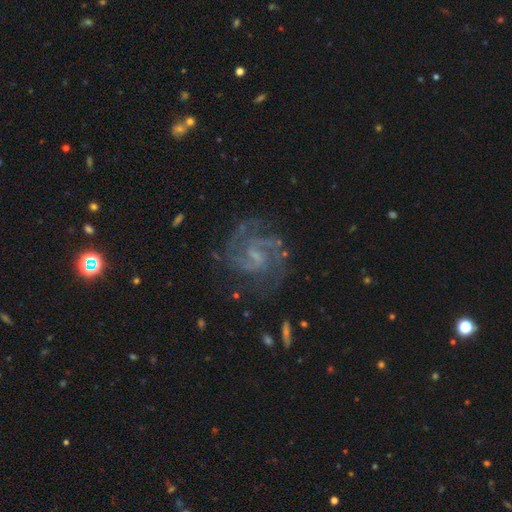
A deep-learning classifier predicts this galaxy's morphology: Smooth or featured: featured or disk — 89% (star or artifact — 7%)
Edge-on disk: no — 98% (yes — 2%)
Bar: weak — 57% (no — 28%)
Spiral arms: yes — 98% (no — 2%)
Spiral winding: medium — 54% (tight — 34%)
Spiral arm count: 2 — 67% (3 — 14%)
Bulge size: small — 50% (none — 32%)
Merging: none — 73% (minor disturbance — 15%)